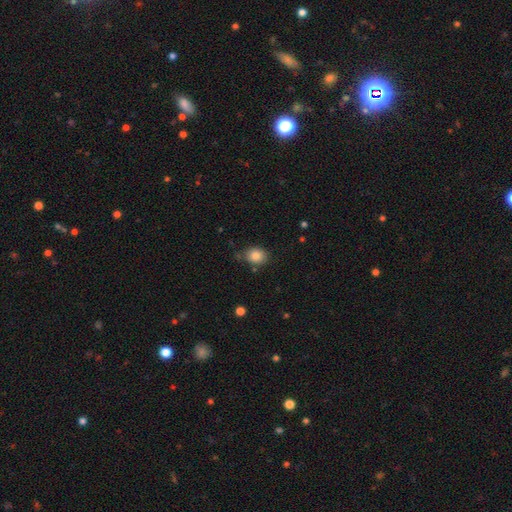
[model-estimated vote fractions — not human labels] A smooth galaxy with no disk features (83%) that is round (53%). Merging: none (77%).